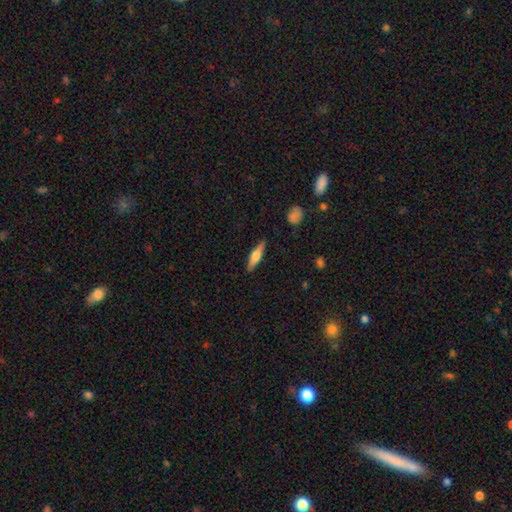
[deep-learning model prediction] This appears to be a featured or disk galaxy (47%, tied with smooth). Merging: none (88%).